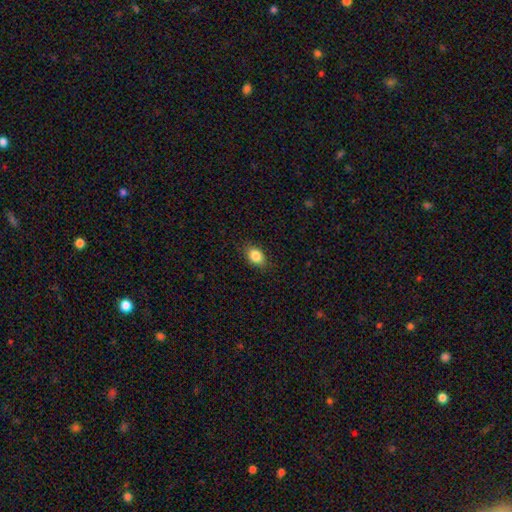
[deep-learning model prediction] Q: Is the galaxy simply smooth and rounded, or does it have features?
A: smooth — 85%.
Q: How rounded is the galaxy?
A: in between — 75%.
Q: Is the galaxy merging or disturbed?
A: none — 86%.